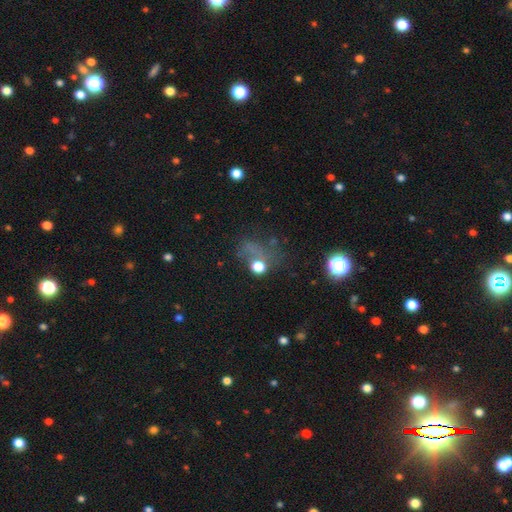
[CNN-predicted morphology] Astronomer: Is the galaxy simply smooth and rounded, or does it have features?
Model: star or artifact — 41% (runner-up: smooth, 40%).